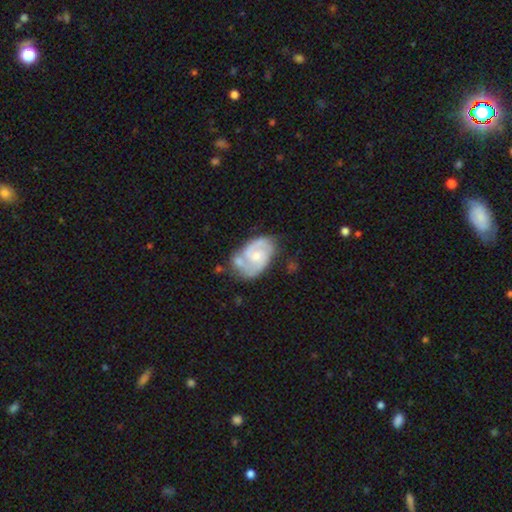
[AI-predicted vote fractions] Q: Smooth or featured?
A: featured or disk (79%); runner-up: smooth (16%)
Q: Edge-on disk?
A: no (97%); runner-up: yes (3%)
Q: Bar?
A: no (57%); runner-up: weak (37%)
Q: Spiral arms?
A: yes (92%); runner-up: no (8%)
Q: Spiral winding?
A: medium (46%); runner-up: tight (41%)
Q: Spiral arm count?
A: 2 (73%); runner-up: can't tell (13%)
Q: Bulge size?
A: moderate (48%); runner-up: small (40%)
Q: Merging?
A: none (48%); runner-up: minor disturbance (25%)